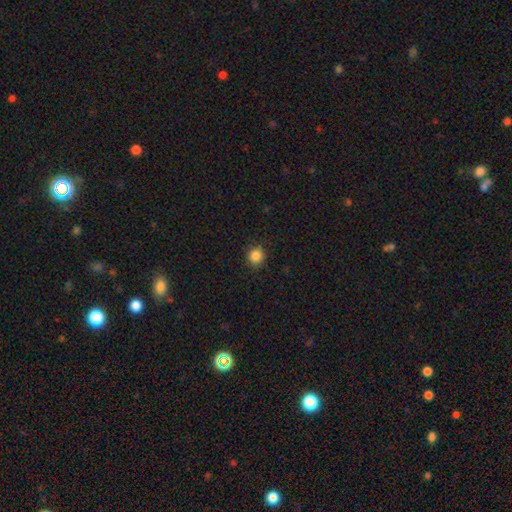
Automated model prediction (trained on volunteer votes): A smooth galaxy with no disk features (85%) that is round (90%).

Vote fractions:
- Smooth or featured? smooth: 85% / star or artifact: 11% / featured or disk: 3%
- How rounded? round: 90% / in between: 9% / cigar-shaped: 1%
- Merging? none: 90% / minor disturbance: 7% / major disturbance: 2% / merger: 1%